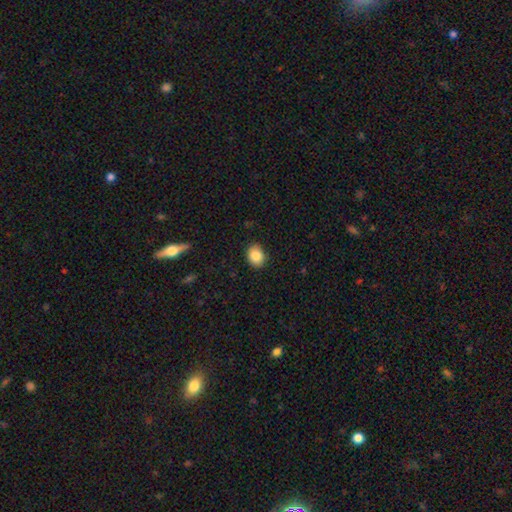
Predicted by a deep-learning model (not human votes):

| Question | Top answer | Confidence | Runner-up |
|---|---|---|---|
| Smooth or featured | smooth | 86% | star or artifact (8%) |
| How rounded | in between | 56% | round (43%) |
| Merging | none | 88% | minor disturbance (9%) |